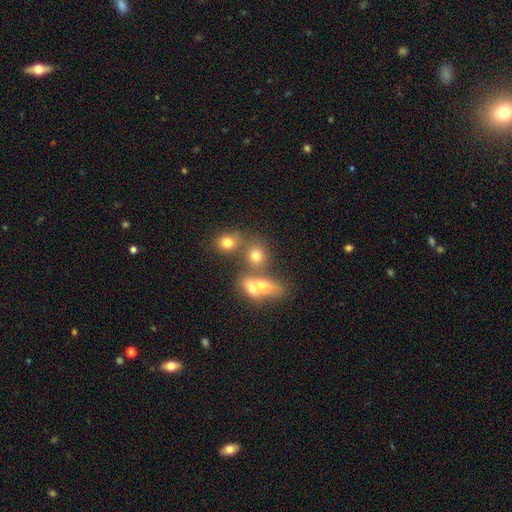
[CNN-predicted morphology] Smooth or featured? Predicted: smooth (p=0.73). How rounded? Predicted: round (p=0.72). Merging? Predicted: none (p=0.49).